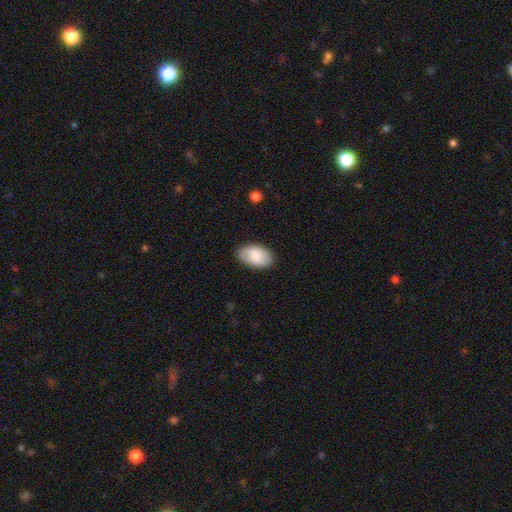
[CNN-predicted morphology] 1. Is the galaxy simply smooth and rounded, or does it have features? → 81% smooth, 13% featured or disk, 6% star or artifact.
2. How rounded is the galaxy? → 93% in between, 5% round, 1% cigar-shaped.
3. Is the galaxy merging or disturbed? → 85% none, 12% minor disturbance, 2% major disturbance, 1% merger.